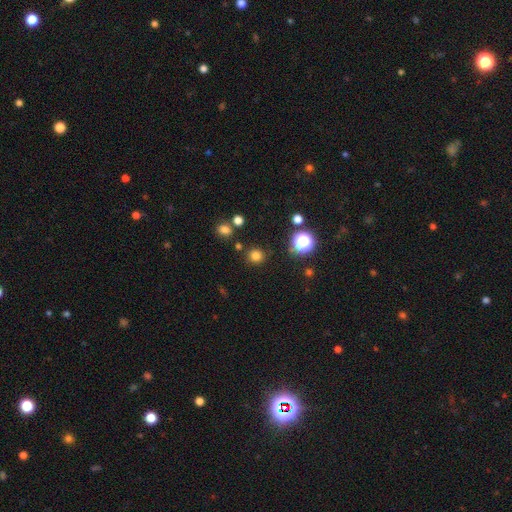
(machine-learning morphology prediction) This appears to be a smooth galaxy with no disk features (77%) that is round (91%). Merging: none (86%).